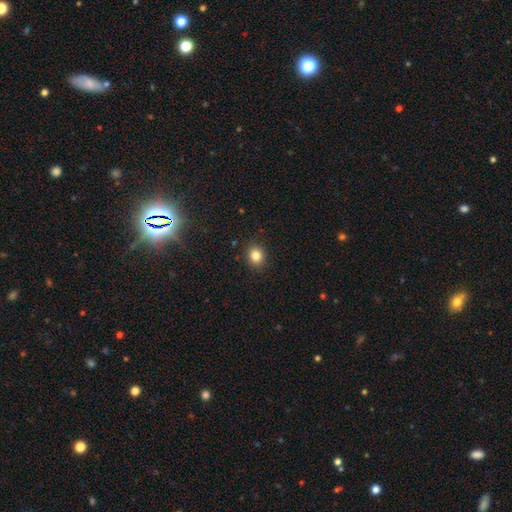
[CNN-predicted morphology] Smooth or featured? Predicted: smooth (p=0.83). How rounded? Predicted: round (p=0.75). Merging? Predicted: none (p=0.90).